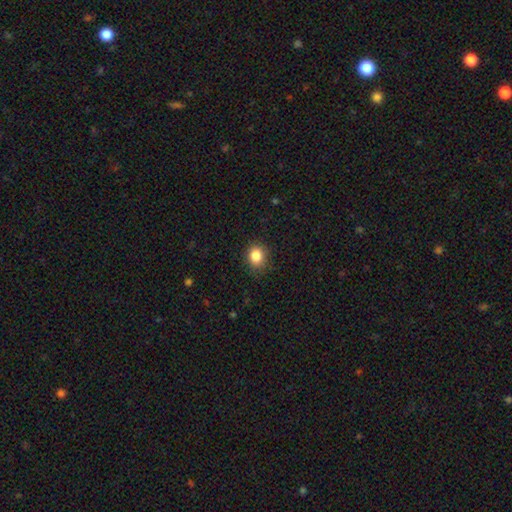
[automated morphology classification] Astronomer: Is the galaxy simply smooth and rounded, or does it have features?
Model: smooth — 86%.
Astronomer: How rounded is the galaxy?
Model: round — 63%.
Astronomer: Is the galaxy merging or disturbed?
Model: none — 83%.